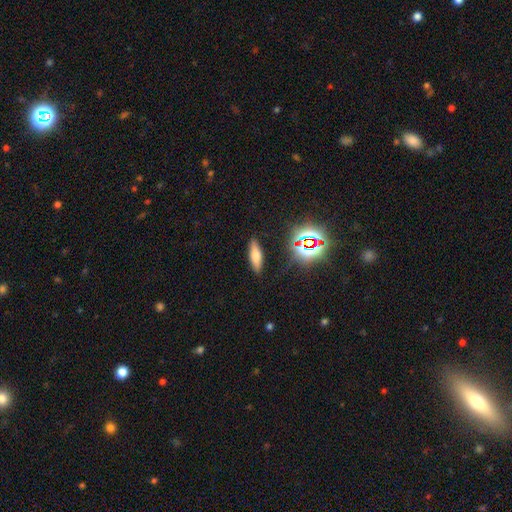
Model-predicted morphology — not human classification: smooth 64%, featured or disk 19%, star or artifact 16%. Down the decision tree: how rounded — cigar-shaped (49%); merging — none (87%).